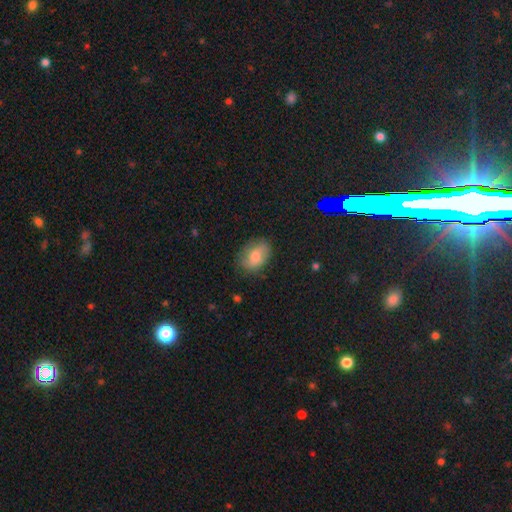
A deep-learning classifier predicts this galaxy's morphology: A smooth galaxy with no disk features (68%) that is in between round and cigar-shaped (80%). Merging: none (74%).